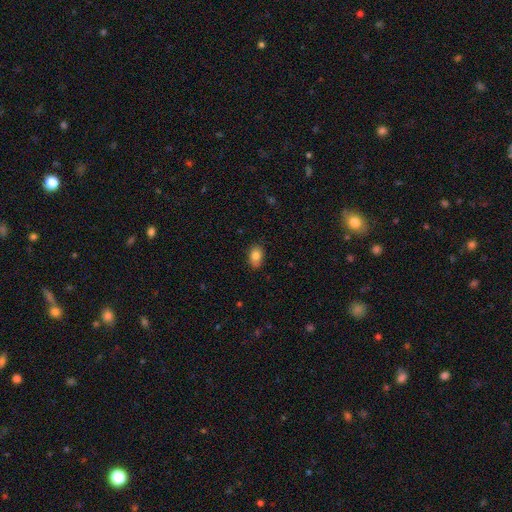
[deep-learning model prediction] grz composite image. It shows a smooth galaxy with no disk features (83%) that is in between round and cigar-shaped (77%). Merging: none (78%).